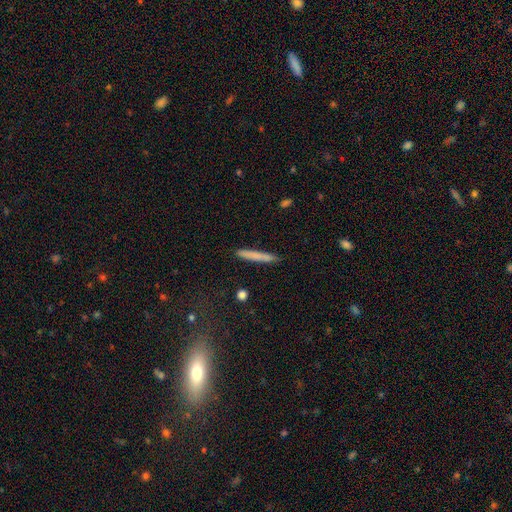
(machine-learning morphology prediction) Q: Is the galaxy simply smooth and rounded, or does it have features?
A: smooth — 75%.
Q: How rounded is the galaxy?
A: cigar-shaped — 96%.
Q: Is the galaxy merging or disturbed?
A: none — 88%.